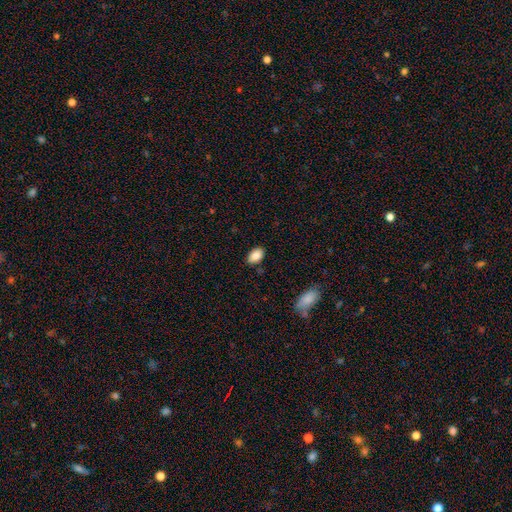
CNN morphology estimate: The model was most divided on "merging": none: 83%, minor disturbance: 12%, major disturbance: 2%, merger: 2%. More confident: how rounded — in between (90%); smooth or featured — smooth (87%).